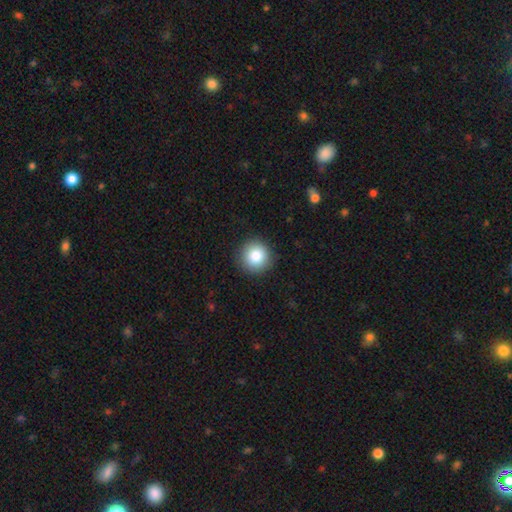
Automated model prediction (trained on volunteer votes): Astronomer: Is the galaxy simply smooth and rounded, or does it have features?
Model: smooth — 83%.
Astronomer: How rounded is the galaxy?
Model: round — 95%.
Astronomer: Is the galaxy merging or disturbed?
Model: none — 91%.